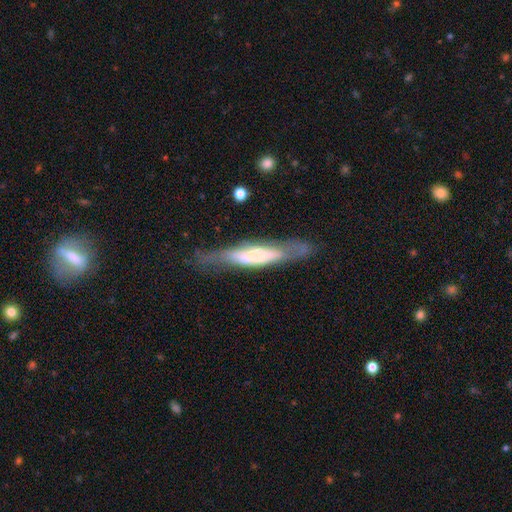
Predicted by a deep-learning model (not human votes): Morphology: type=featured or disk (54%); edge-on=yes (75%); merging=none (68%).